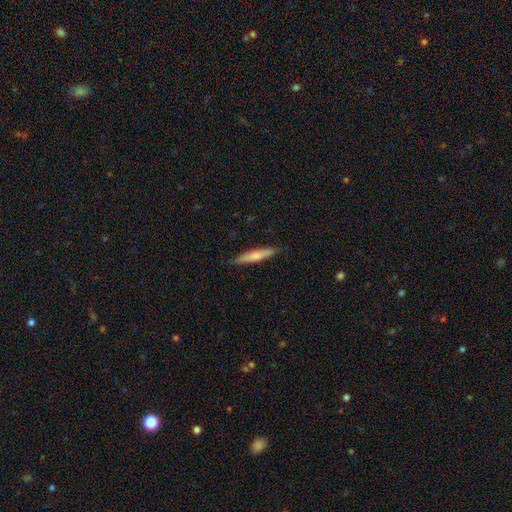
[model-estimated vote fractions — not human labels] This appears to be a smooth galaxy with no disk features (69%) that is cigar-shaped (92%). Merging: none (89%).